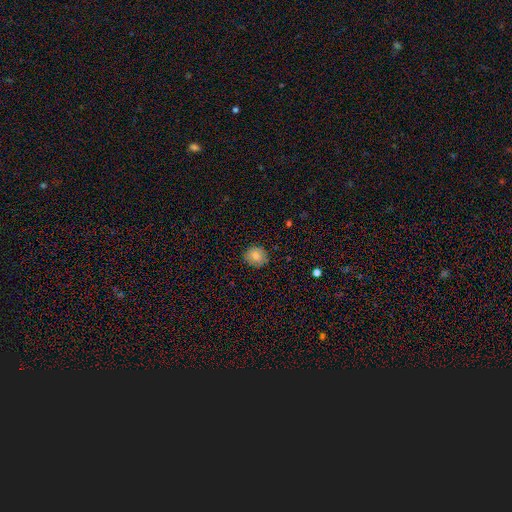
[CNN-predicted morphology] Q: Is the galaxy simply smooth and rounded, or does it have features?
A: smooth — 77%.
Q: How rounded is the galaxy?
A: round — 83%.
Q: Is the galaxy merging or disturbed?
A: none — 87%.